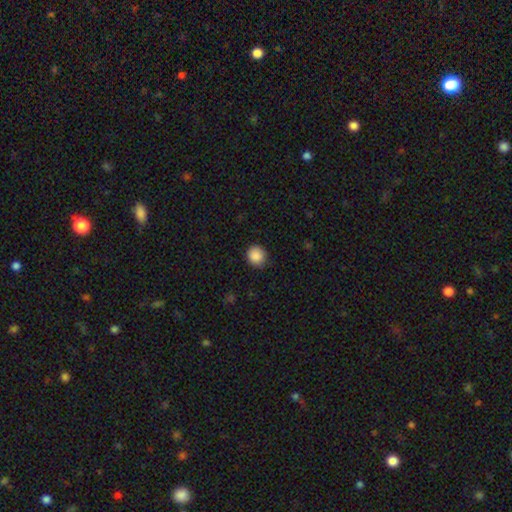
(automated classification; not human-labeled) A smooth galaxy with no disk features (88%) that is round (88%).

Vote fractions:
- Smooth or featured? smooth: 88% / star or artifact: 9% / featured or disk: 3%
- How rounded? round: 88% / in between: 11% / cigar-shaped: 1%
- Merging? none: 86% / minor disturbance: 11% / major disturbance: 2% / merger: 1%